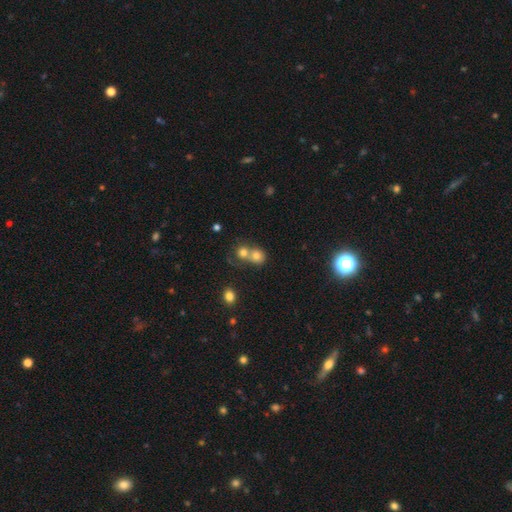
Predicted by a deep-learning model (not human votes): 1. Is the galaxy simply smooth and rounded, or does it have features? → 74% smooth, 13% featured or disk, 13% star or artifact.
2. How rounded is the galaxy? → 76% round, 23% in between, 1% cigar-shaped.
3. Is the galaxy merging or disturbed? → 59% merger, 32% none, 6% minor disturbance, 3% major disturbance.